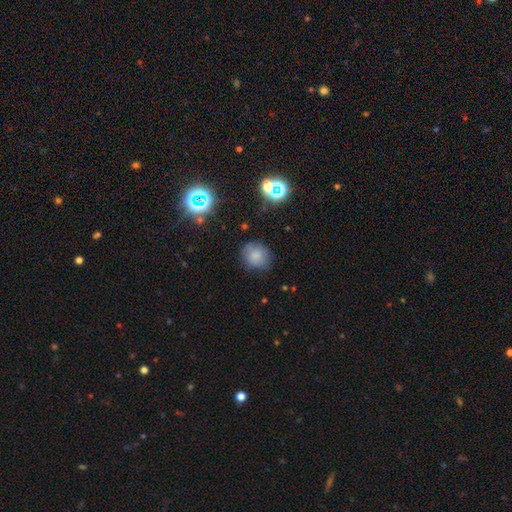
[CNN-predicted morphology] A smooth galaxy with no disk features (78%) that is round (76%).

Vote fractions:
- Smooth or featured? smooth: 78% / star or artifact: 14% / featured or disk: 9%
- How rounded? round: 76% / in between: 23% / cigar-shaped: 1%
- Merging? none: 78% / minor disturbance: 16% / major disturbance: 4% / merger: 2%